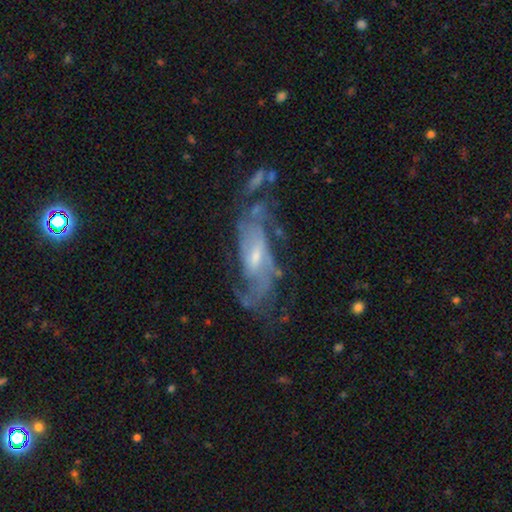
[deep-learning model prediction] featured or disk 79%, smooth 13%, star or artifact 8%. Down the decision tree: edge-on disk — no (86%); bar — weak (45%); spiral arms — yes (86%); spiral arm count — can't tell (41%); spiral winding — medium (42%); bulge size — small (52%); merging — none (53%).